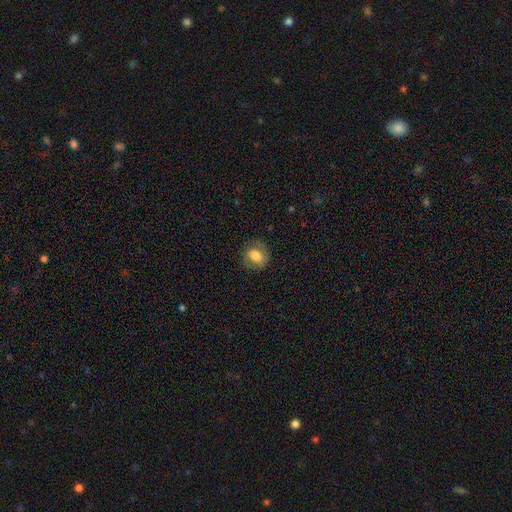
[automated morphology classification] This appears to be a smooth galaxy with no disk features (70%) that is round (59%). Merging: none (82%).